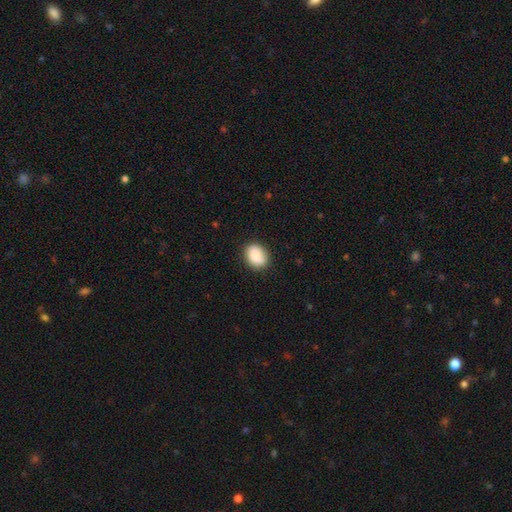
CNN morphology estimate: Smooth or featured? smooth (84%)
How rounded? in between (55%)
Merging? none (84%)